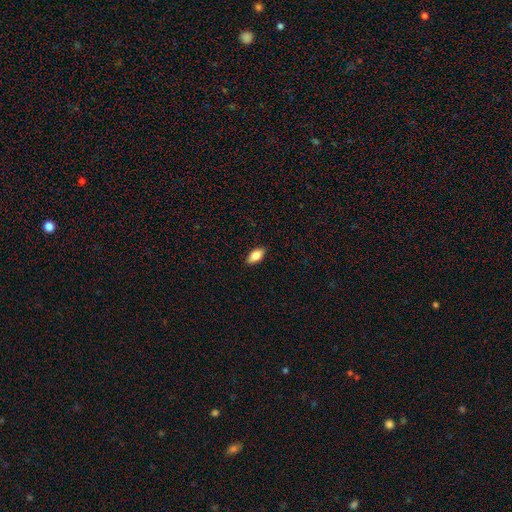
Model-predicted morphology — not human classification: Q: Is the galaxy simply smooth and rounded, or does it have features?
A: smooth — 83%.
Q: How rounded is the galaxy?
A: in between — 91%.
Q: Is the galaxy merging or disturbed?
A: none — 89%.